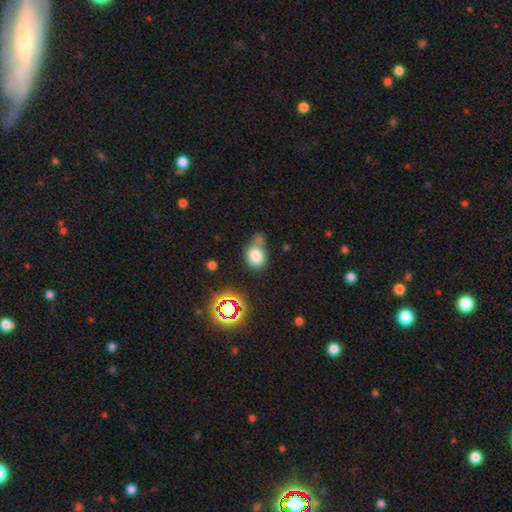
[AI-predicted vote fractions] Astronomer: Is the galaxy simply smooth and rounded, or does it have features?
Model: smooth — 76%.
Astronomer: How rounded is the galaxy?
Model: round — 54% (runner-up: in between, 45%).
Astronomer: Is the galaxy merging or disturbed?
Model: none — 47% (runner-up: merger, 24%).